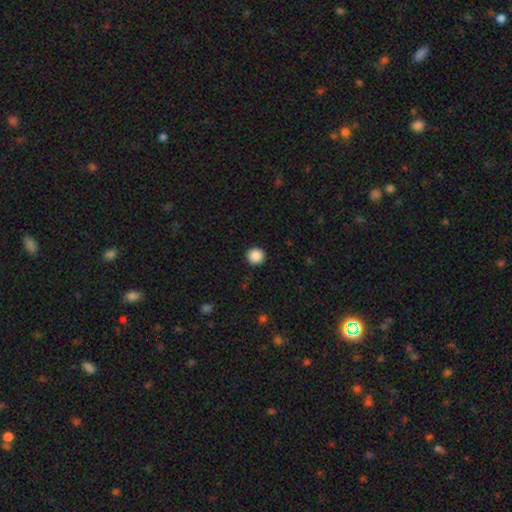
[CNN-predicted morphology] A smooth galaxy with no disk features (87%) that is round (94%). Merging: none (93%).